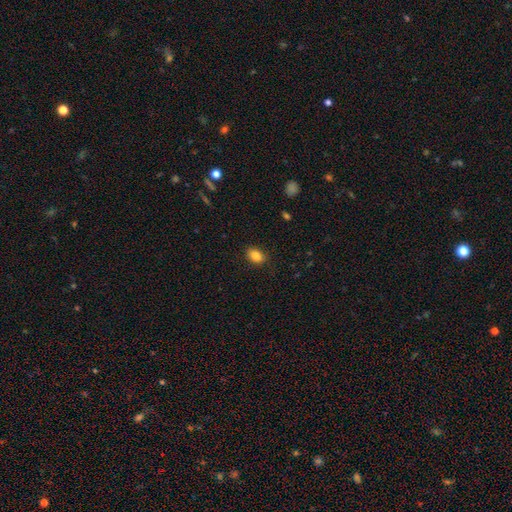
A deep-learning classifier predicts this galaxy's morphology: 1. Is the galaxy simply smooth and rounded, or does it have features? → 86% smooth, 9% star or artifact, 5% featured or disk.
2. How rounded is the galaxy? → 78% in between, 20% round, 1% cigar-shaped.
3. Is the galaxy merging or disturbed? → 86% none, 10% minor disturbance, 3% major disturbance, 1% merger.